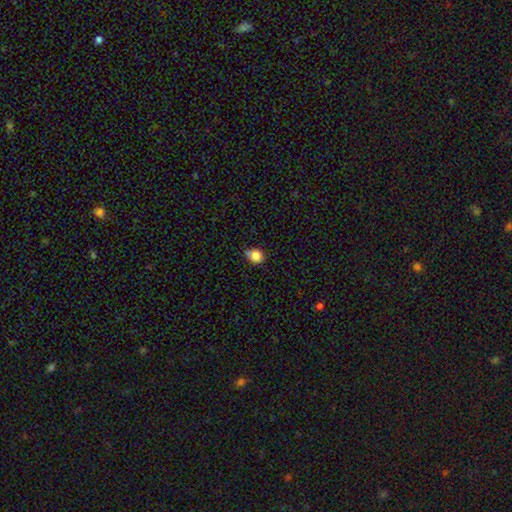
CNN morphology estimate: Smooth or featured? Predicted: smooth (p=0.84). How rounded? Predicted: round (p=0.63). Merging? Predicted: none (p=0.55).